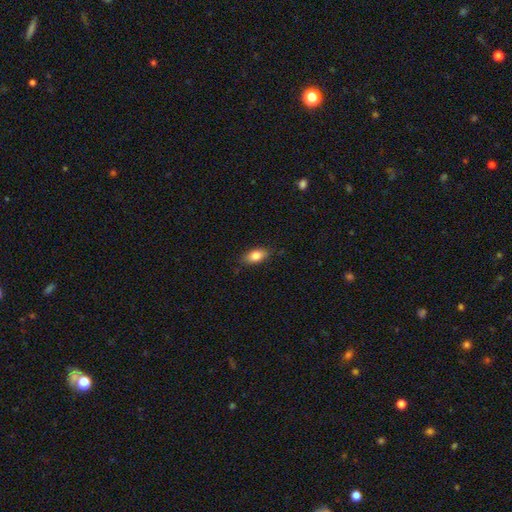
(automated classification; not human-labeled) A smooth galaxy with no disk features (83%) that is in between round and cigar-shaped (88%). Merging: none (81%).